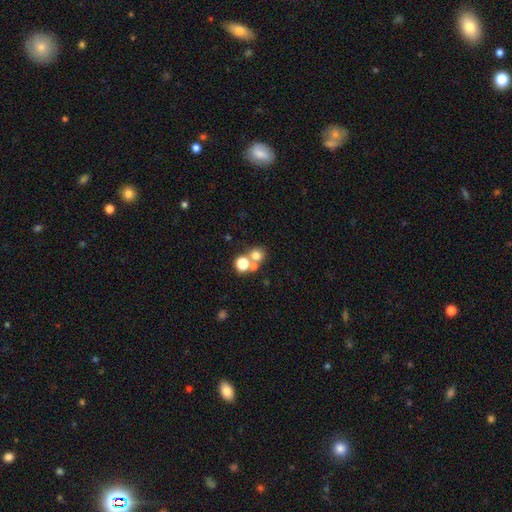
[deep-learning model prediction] Smooth or featured: smooth — 70% (star or artifact — 17%)
How rounded: round — 84% (in between — 15%)
Merging: none — 48% (merger — 42%)